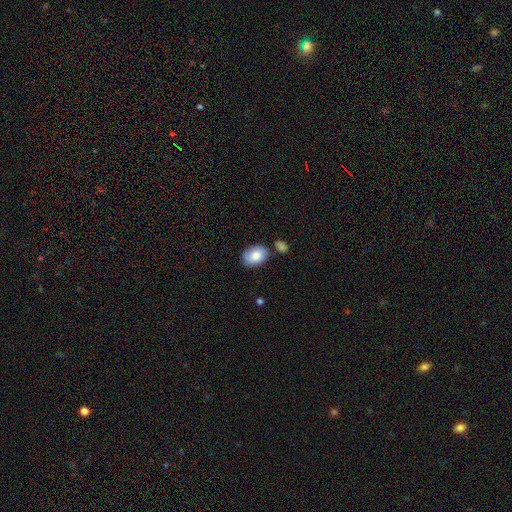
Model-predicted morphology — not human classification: The model was most divided on "merging": none: 66%, minor disturbance: 19%, merger: 10%, major disturbance: 4%. More confident: how rounded — in between (82%); smooth or featured — smooth (77%).